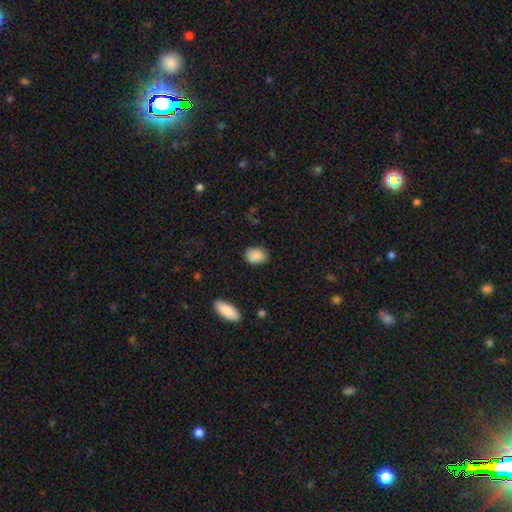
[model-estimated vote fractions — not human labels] A smooth galaxy with no disk features (89%) that is in between round and cigar-shaped (74%). Merging: none (82%).